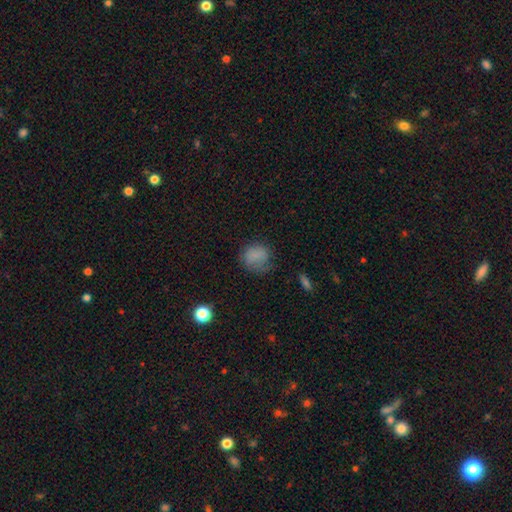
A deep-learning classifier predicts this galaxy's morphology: type=smooth (79%); roundness=round (75%); merging=none (58%).